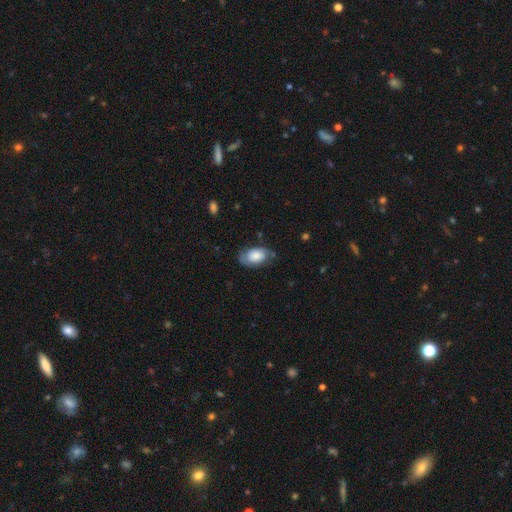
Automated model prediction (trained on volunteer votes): A smooth galaxy with no disk features (65%) that is in between round and cigar-shaped (92%). Merging: none (64%).